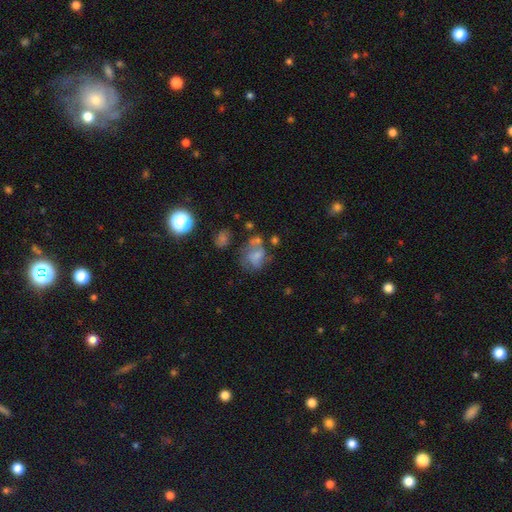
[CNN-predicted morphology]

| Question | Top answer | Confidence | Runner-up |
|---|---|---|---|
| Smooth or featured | smooth | 51% | featured or disk (35%) |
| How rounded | in between | 58% | round (41%) |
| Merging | none | 34% | major disturbance (28%) |